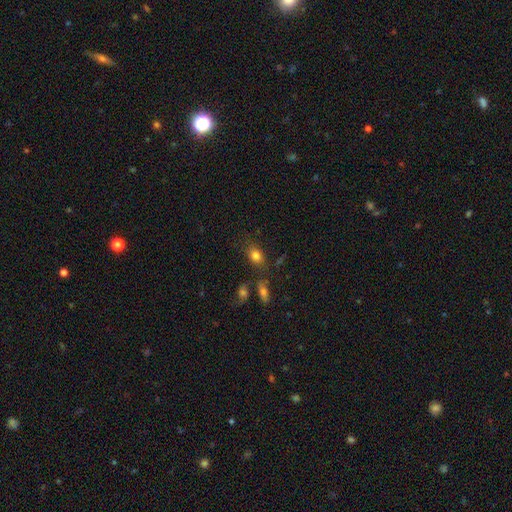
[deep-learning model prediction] A smooth galaxy with no disk features (80%) that is in between round and cigar-shaped (76%). Merging: none (75%).